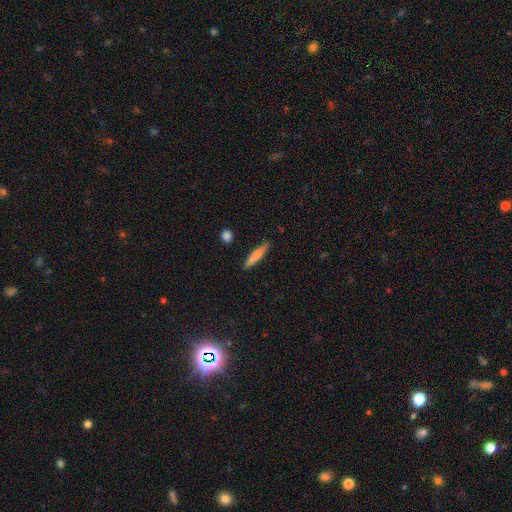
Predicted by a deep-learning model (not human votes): Smooth or featured? smooth (76%)
How rounded? cigar-shaped (91%)
Merging? none (88%)